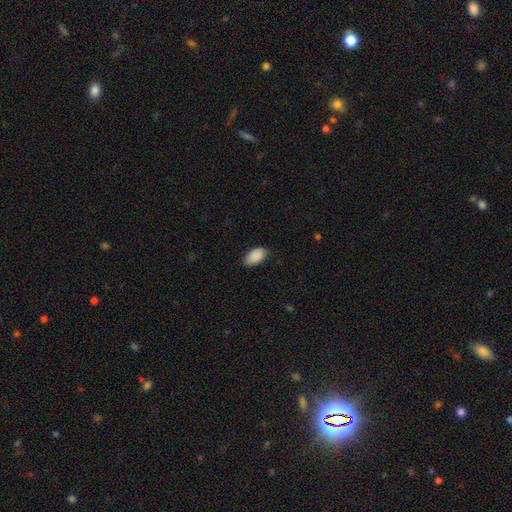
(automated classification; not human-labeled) This is clearly a smooth galaxy (89%). How rounded: clearly in between (94%). Merging: likely none (80%).